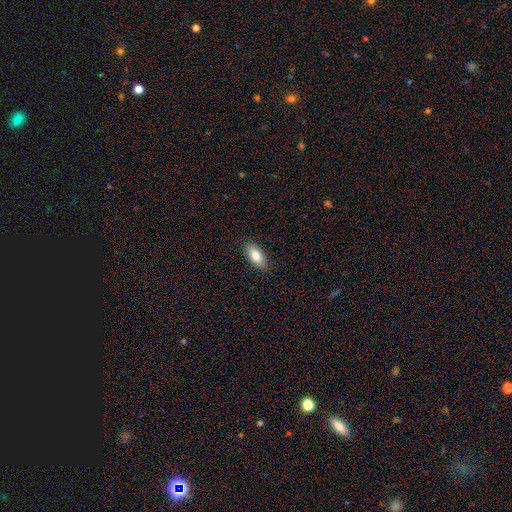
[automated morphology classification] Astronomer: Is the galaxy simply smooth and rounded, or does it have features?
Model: smooth — 82%.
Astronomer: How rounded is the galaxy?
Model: in between — 87%.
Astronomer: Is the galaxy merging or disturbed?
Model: none — 87%.